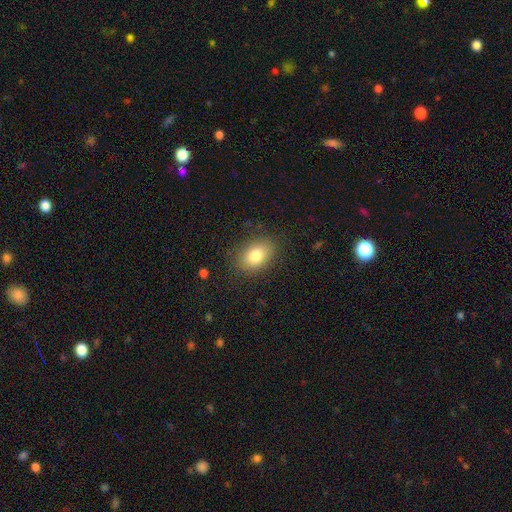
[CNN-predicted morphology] Smooth or featured? Predicted: smooth (p=0.80). How rounded? Predicted: in between (p=0.80). Merging? Predicted: none (p=0.85).